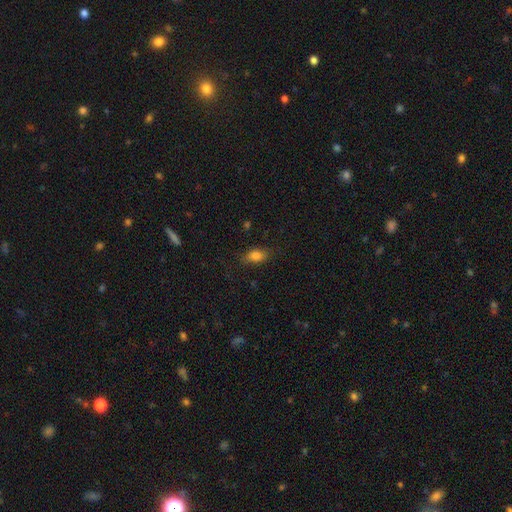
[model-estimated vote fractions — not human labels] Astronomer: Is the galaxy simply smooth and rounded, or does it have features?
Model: smooth — 82%.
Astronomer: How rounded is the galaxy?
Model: in between — 84%.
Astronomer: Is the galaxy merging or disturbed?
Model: none — 76%.